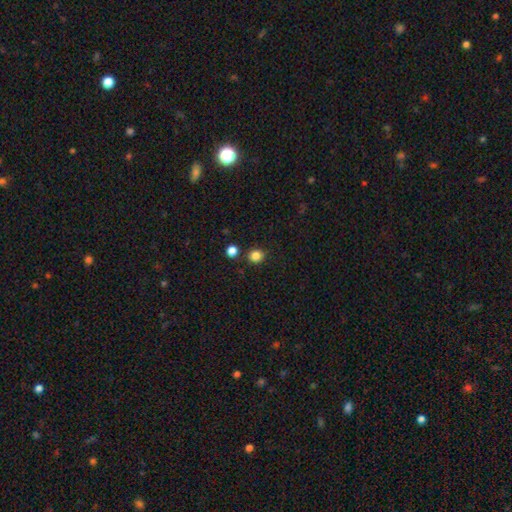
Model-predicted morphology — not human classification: A smooth galaxy with no disk features (84%) that is round (85%). Merging: none (82%).